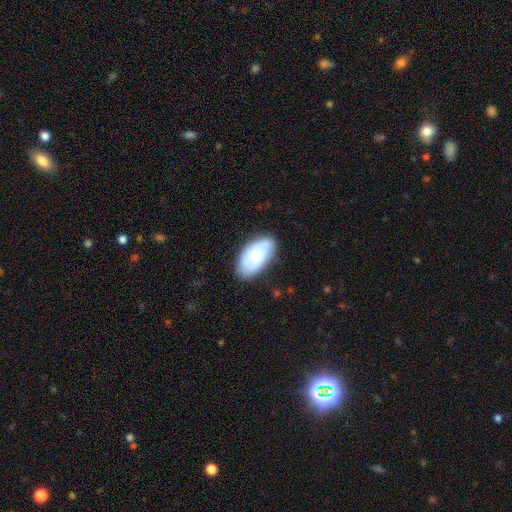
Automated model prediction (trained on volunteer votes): Morphology: type=smooth (66%); roundness=in between (94%); merging=none (77%).